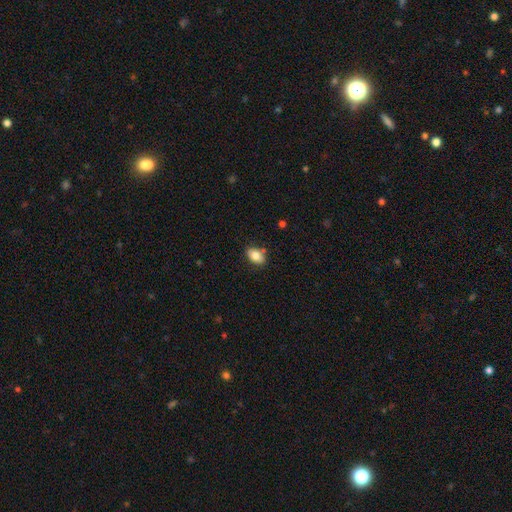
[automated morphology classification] A smooth galaxy with no disk features (82%) that is in between round and cigar-shaped (85%).

Vote fractions:
- Smooth or featured? smooth: 82% / featured or disk: 10% / star or artifact: 8%
- How rounded? in between: 85% / round: 14% / cigar-shaped: 2%
- Merging? none: 78% / minor disturbance: 14% / merger: 5% / major disturbance: 3%